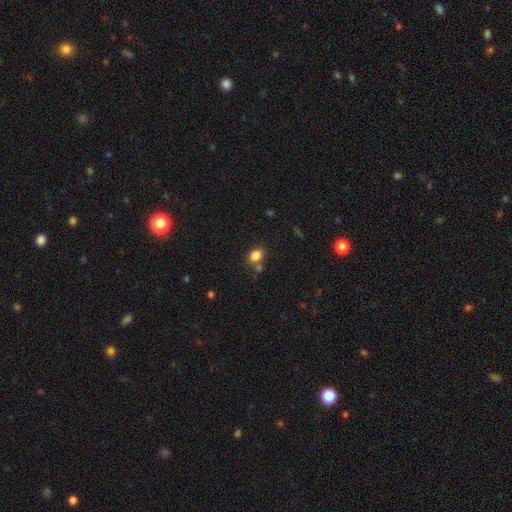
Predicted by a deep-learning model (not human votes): This appears to be a smooth galaxy with no disk features (84%) that is in between round and cigar-shaped (71%). Merging: none (67%).